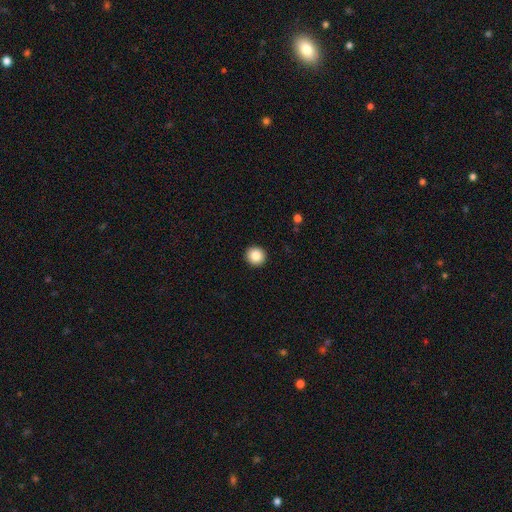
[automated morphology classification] This appears to be a smooth galaxy with no disk features (86%) that is round (94%). Merging: none (93%).